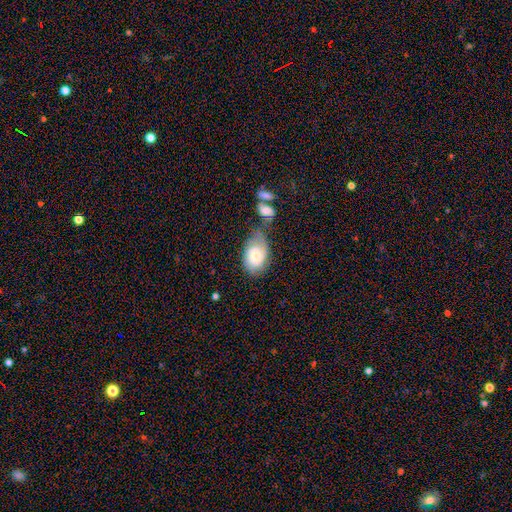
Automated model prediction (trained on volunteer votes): A smooth galaxy with no disk features (55%) that is in between round and cigar-shaped (87%).

Vote fractions:
- Smooth or featured? smooth: 55% / featured or disk: 37% / star or artifact: 8%
- How rounded? in between: 87% / round: 12% / cigar-shaped: 1%
- Merging? none: 42% / minor disturbance: 26% / merger: 19% / major disturbance: 13%